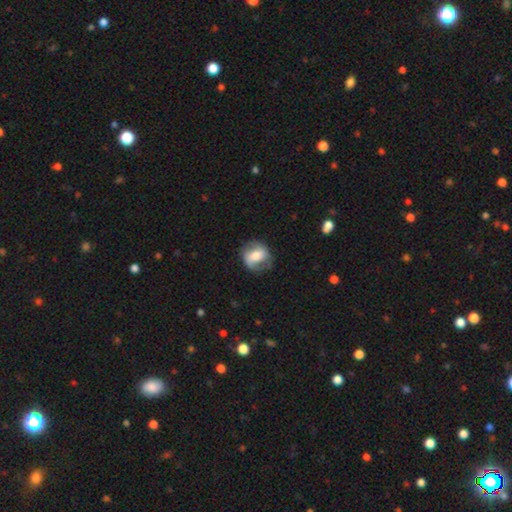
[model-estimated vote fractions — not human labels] Morphology: type=featured or disk (57%); edge-on=no (96%); bar=weak (37%); spiral arms=yes (77%); bulge=moderate (58%); merging=none (73%).